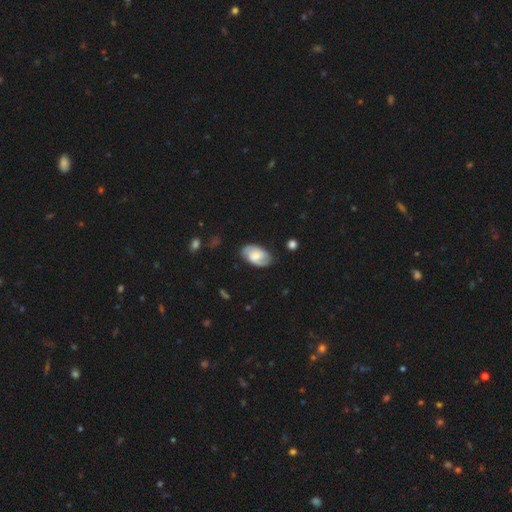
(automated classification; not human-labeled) featured or disk 54%, smooth 40%, star or artifact 6%. Down the decision tree: edge-on disk — no (95%); bar — no (44%, tied with weak); spiral arms — yes (82%); bulge size — moderate (49%); merging — none (77%).